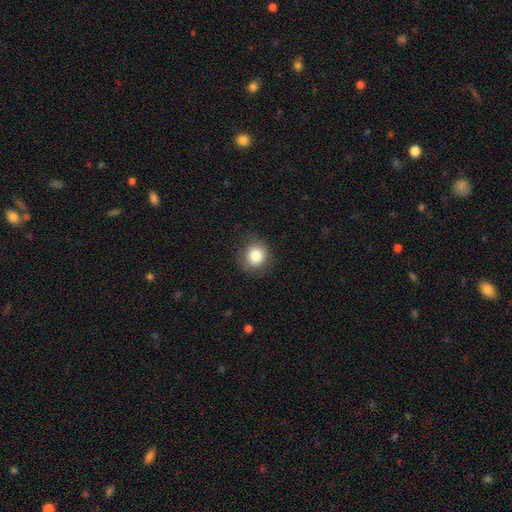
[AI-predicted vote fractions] The model was most divided on "how rounded": round: 85%, in between: 14%, cigar-shaped: 1%. More confident: merging — none (86%); smooth or featured — smooth (83%).